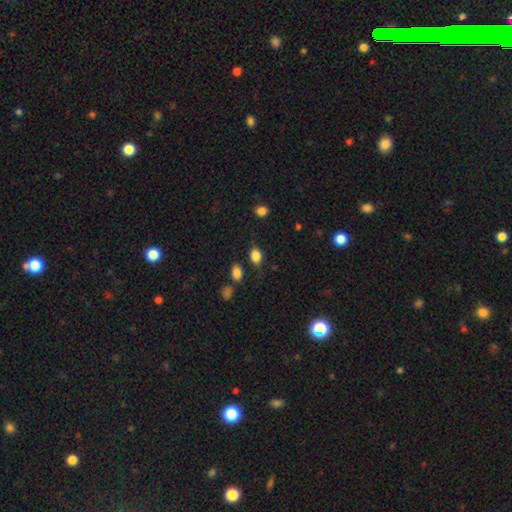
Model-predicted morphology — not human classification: type=smooth (84%); roundness=in between (68%); merging=none (73%).